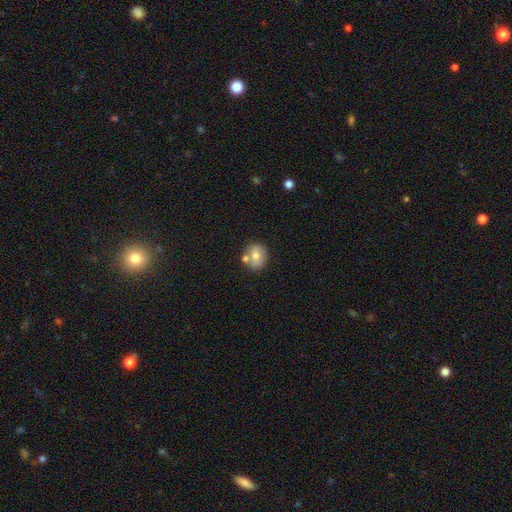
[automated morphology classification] This is likely a smooth galaxy (72%). How rounded: likely round (66%). Merging: likely none (63%).